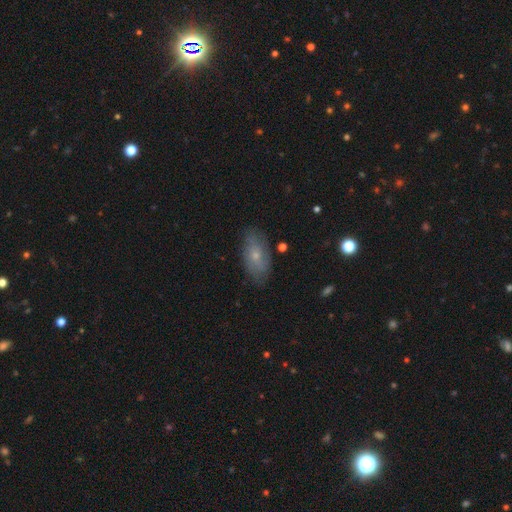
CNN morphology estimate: A smooth galaxy with no disk features (59%) that is in between round and cigar-shaped (89%). Merging: none (78%).